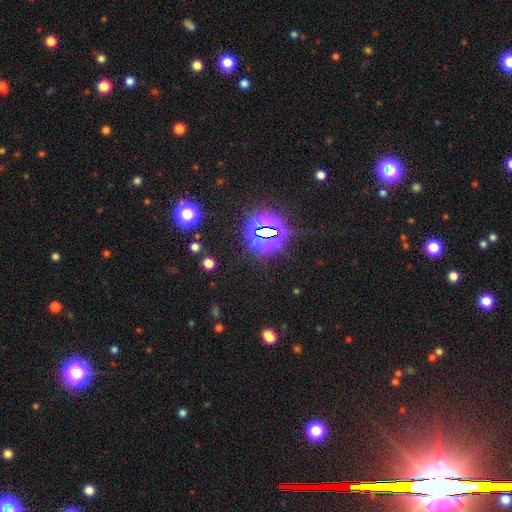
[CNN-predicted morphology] The model was most divided on "smooth or featured": star or artifact: 81%, smooth: 11%, featured or disk: 8%.